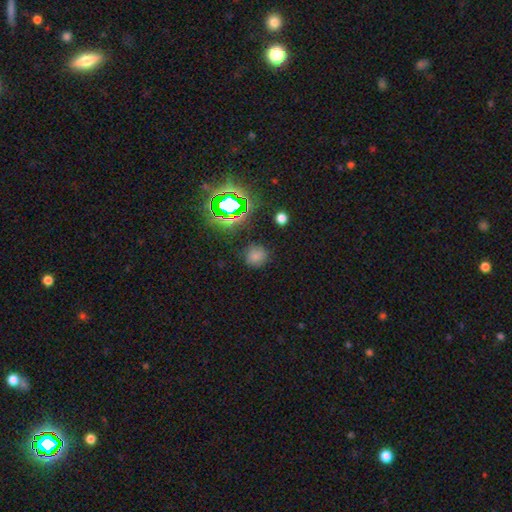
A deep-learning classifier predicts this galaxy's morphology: A smooth galaxy with no disk features (68%) that is round (86%).

Vote fractions:
- Smooth or featured? smooth: 68% / star or artifact: 23% / featured or disk: 9%
- How rounded? round: 86% / in between: 13% / cigar-shaped: 1%
- Merging? none: 79% / minor disturbance: 14% / major disturbance: 5% / merger: 2%